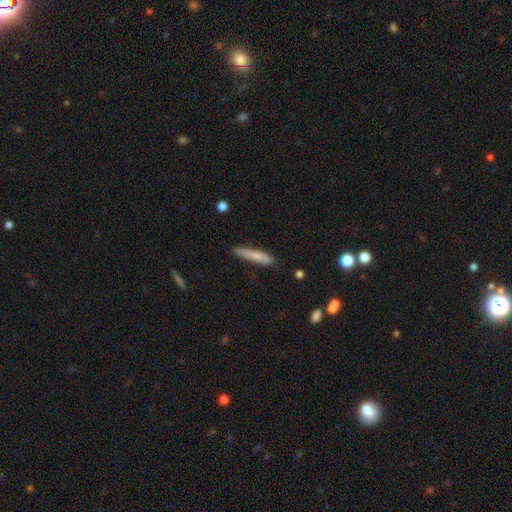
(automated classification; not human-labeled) A smooth galaxy with no disk features (72%) that is cigar-shaped (90%).

Vote fractions:
- Smooth or featured? smooth: 72% / featured or disk: 22% / star or artifact: 6%
- How rounded? cigar-shaped: 90% / in between: 8% / round: 1%
- Merging? none: 80% / minor disturbance: 15% / major disturbance: 2% / merger: 2%